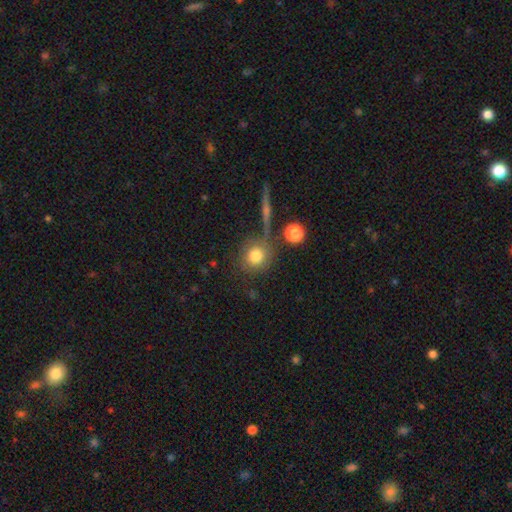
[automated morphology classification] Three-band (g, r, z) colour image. It shows a smooth galaxy with no disk features (77%) that is round (88%). Merging: none (68%).